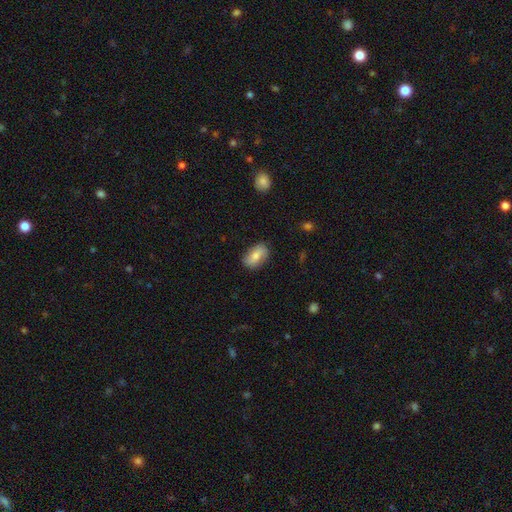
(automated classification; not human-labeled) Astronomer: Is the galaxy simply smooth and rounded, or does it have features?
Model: smooth — 75%.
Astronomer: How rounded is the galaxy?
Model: in between — 90%.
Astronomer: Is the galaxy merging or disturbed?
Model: none — 81%.